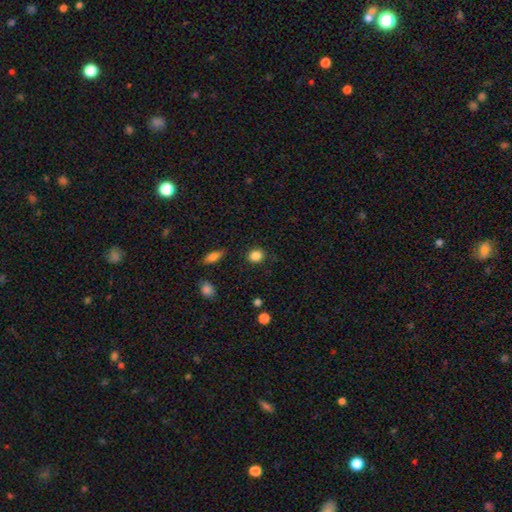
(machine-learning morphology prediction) The model was most divided on "how rounded": round: 69%, in between: 30%, cigar-shaped: 1%. More confident: merging — none (87%); smooth or featured — smooth (86%).